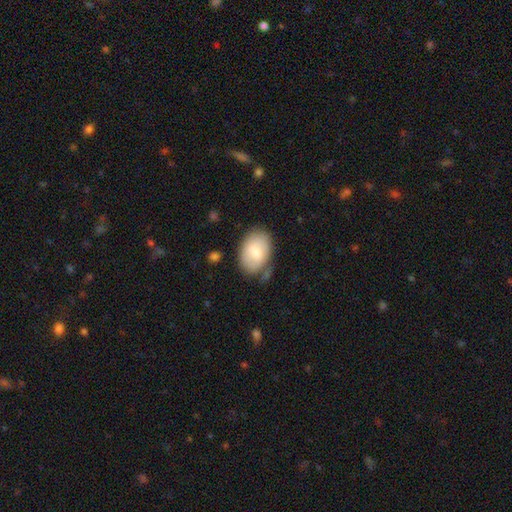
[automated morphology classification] smooth-or-featured: smooth: 69% | featured or disk: 25% | star or artifact: 6%
  how-rounded: in between: 86% | round: 13% | cigar-shaped: 1%
  merging: none: 67% | minor disturbance: 21% | major disturbance: 7% | merger: 5%